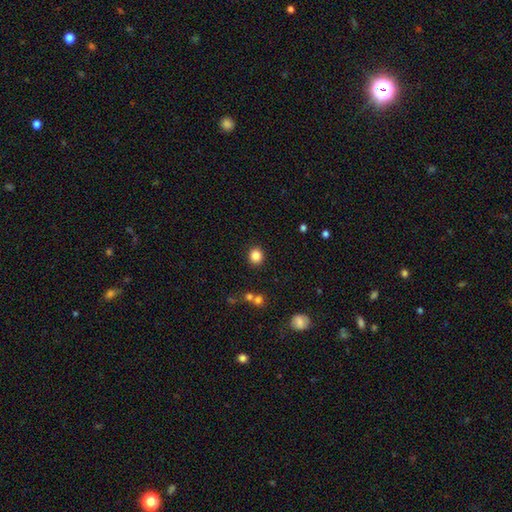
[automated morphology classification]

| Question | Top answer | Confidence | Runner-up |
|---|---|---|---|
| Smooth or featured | smooth | 85% | star or artifact (11%) |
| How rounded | round | 82% | in between (17%) |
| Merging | none | 89% | minor disturbance (6%) |